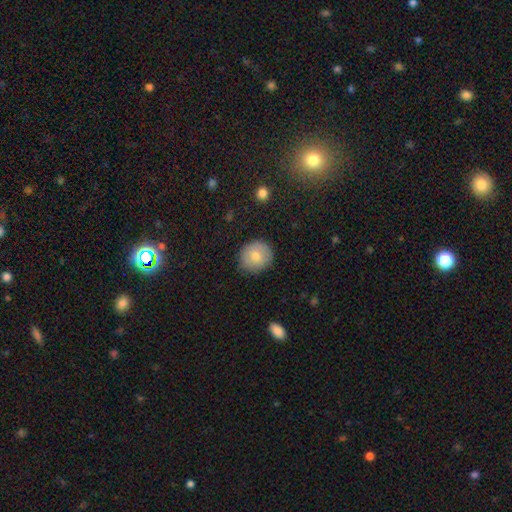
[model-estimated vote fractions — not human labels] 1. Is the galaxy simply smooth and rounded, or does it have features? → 76% smooth, 16% featured or disk, 8% star or artifact.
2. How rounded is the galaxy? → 87% round, 13% in between, 1% cigar-shaped.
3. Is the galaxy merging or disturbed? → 83% none, 13% minor disturbance, 3% major disturbance, 1% merger.